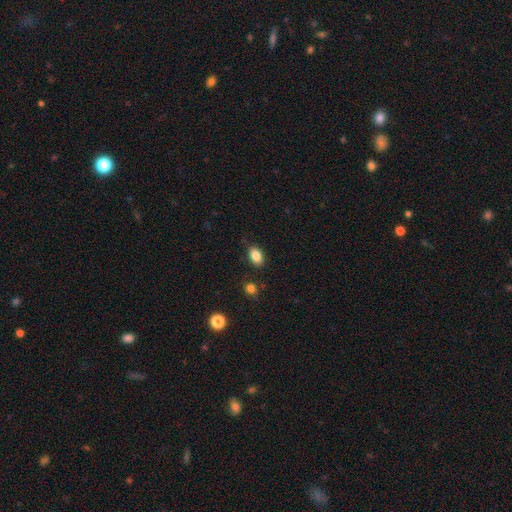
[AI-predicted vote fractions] A smooth galaxy with no disk features (85%) that is in between round and cigar-shaped (85%). Merging: none (83%).